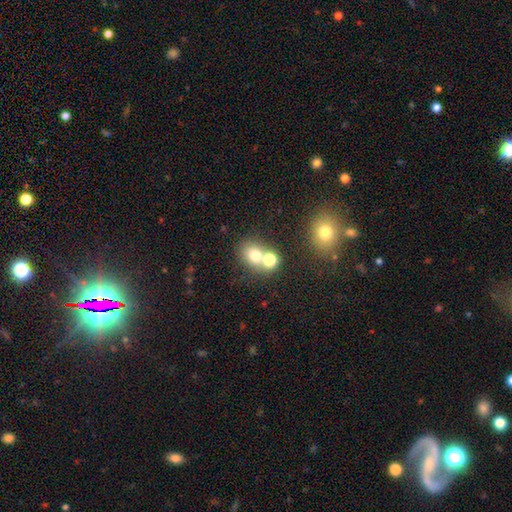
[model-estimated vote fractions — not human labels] smooth-or-featured: smooth: 71% | star or artifact: 15% | featured or disk: 14%
  how-rounded: round: 63% | in between: 36% | cigar-shaped: 1%
  merging: none: 45% | merger: 43% | minor disturbance: 8% | major disturbance: 4%